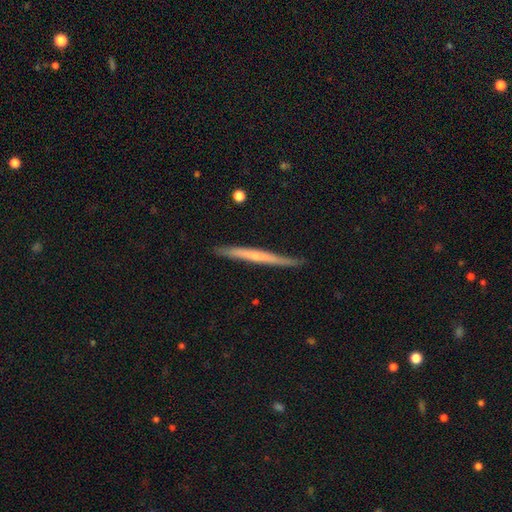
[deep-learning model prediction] smooth-or-featured: featured or disk: 55% | smooth: 39% | star or artifact: 5%
  disk-edge-on: yes: 96% | no: 4%
    edge-on-bulge: none: 70% | rounded: 25% | boxy: 5%
  merging: none: 84% | minor disturbance: 13% | major disturbance: 2% | merger: 1%